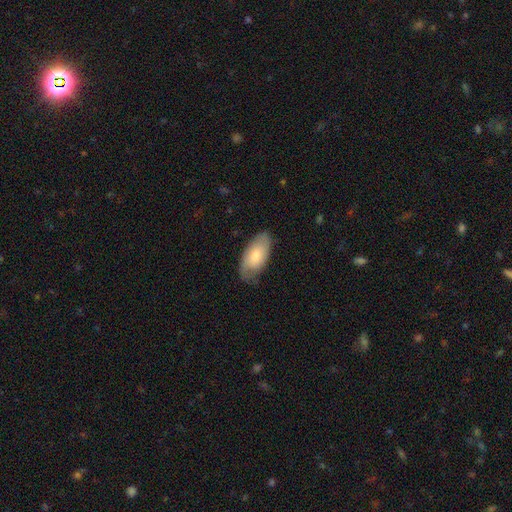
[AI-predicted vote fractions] Smooth or featured? smooth (72%)
How rounded? in between (94%)
Merging? none (67%)